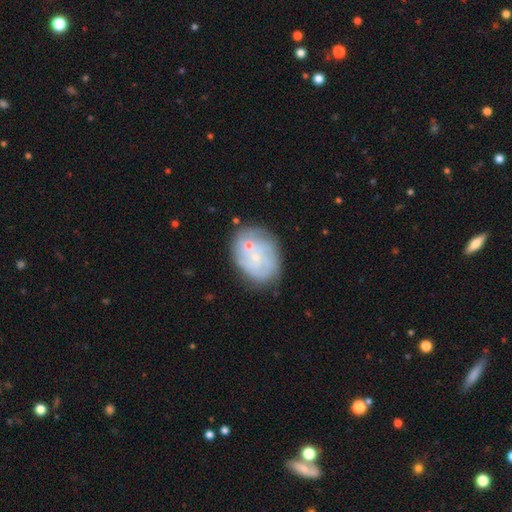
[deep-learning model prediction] featured or disk 62%, smooth 30%, star or artifact 8%. Down the decision tree: edge-on disk — no (97%); bar — no (83%); spiral arms — yes (68%); bulge size — small (77%); merging — none (59%).